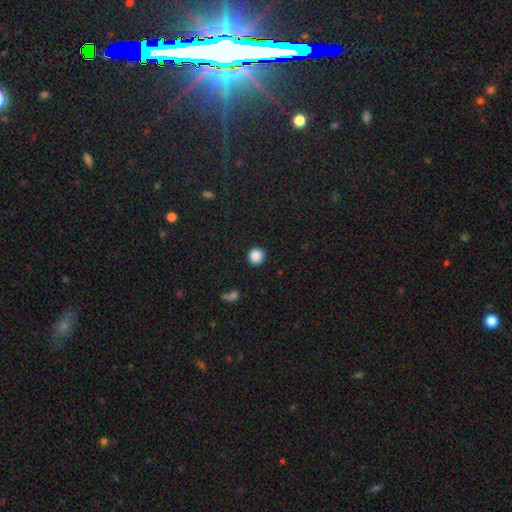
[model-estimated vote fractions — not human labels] Smooth or featured? smooth (87%)
How rounded? round (94%)
Merging? none (91%)